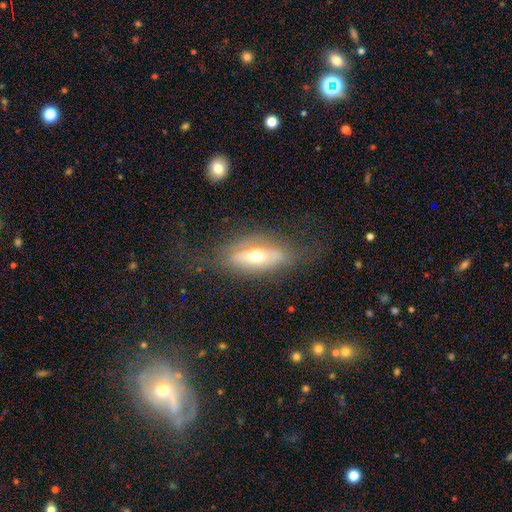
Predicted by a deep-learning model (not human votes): Morphology: type=featured or disk (57%); edge-on=no (61%); merging=none (58%).